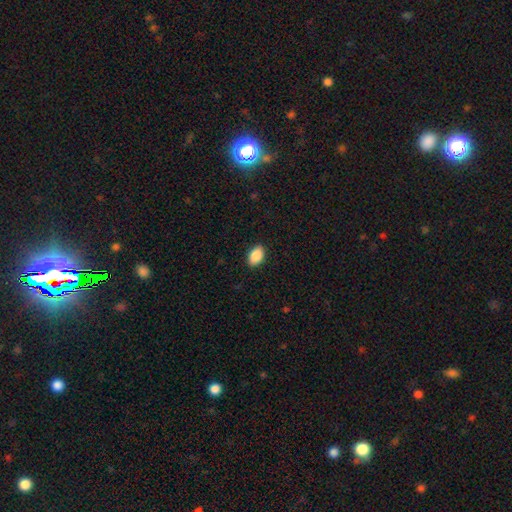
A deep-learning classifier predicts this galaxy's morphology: type=smooth (88%); roundness=in between (89%); merging=none (89%).